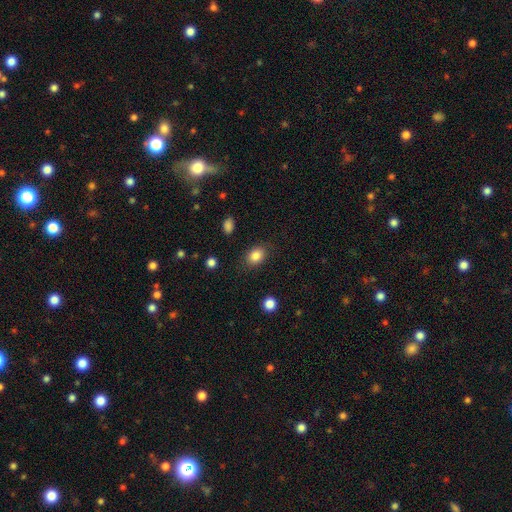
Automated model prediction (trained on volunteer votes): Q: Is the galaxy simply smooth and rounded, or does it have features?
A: smooth — 85%.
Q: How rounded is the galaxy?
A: in between — 69%.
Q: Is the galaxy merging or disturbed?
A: none — 84%.